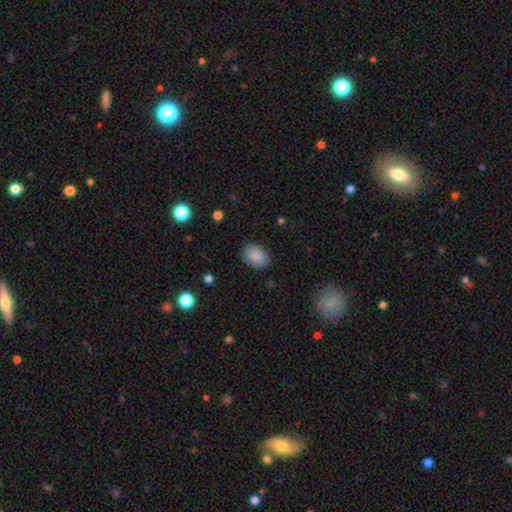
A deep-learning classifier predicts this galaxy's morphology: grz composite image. It shows a smooth galaxy with no disk features (89%) that is in between round and cigar-shaped (73%). Merging: none (85%).